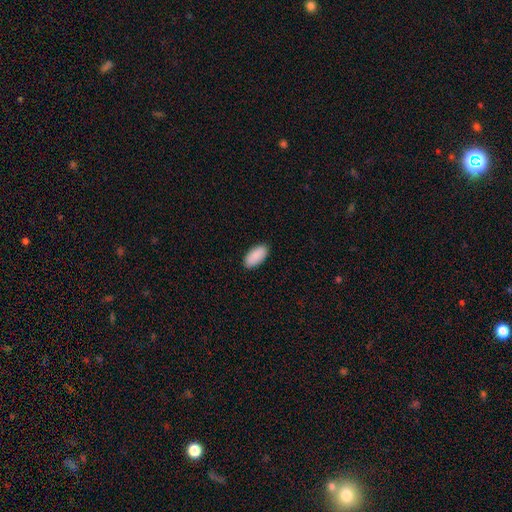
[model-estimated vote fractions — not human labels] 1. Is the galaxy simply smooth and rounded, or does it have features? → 92% smooth, 6% star or artifact, 3% featured or disk.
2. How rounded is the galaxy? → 94% in between, 4% cigar-shaped, 2% round.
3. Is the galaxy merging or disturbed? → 89% none, 8% minor disturbance, 2% major disturbance, 1% merger.